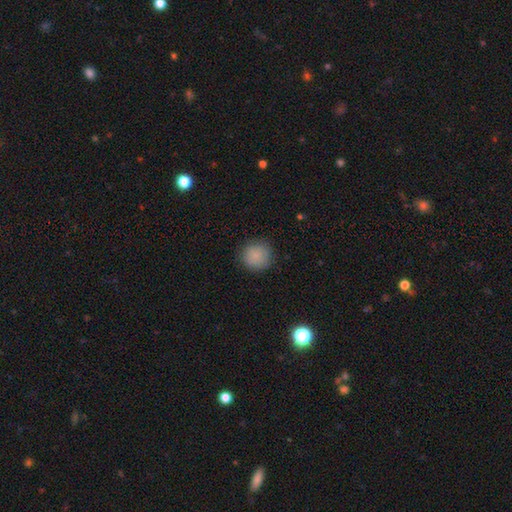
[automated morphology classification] Q: Smooth or featured?
A: smooth (87%); runner-up: star or artifact (9%)
Q: How rounded?
A: round (93%); runner-up: in between (6%)
Q: Merging?
A: none (87%); runner-up: minor disturbance (9%)